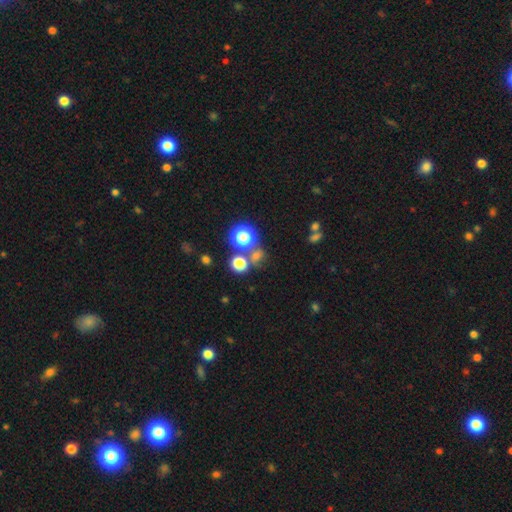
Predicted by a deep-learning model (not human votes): Q: Smooth or featured?
A: smooth (57%); runner-up: star or artifact (33%)
Q: How rounded?
A: round (79%); runner-up: in between (19%)
Q: Merging?
A: none (60%); runner-up: merger (24%)